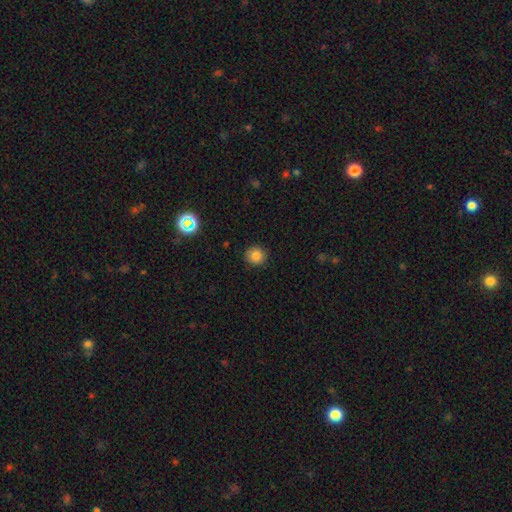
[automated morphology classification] smooth_or_featured: smooth (p=0.83) [alt: star or artifact p=0.12]
how_rounded: round (p=0.91) [alt: in between p=0.08]
merging: none (p=0.90) [alt: minor disturbance p=0.07]